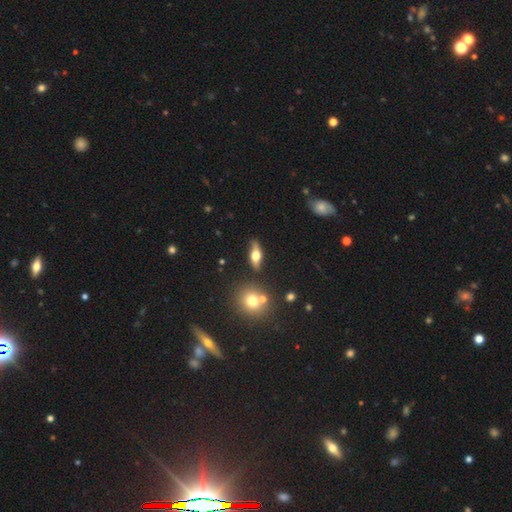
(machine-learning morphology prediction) A featured or disk galaxy (53%) viewed edge-on (77%). Merging: none (81%).